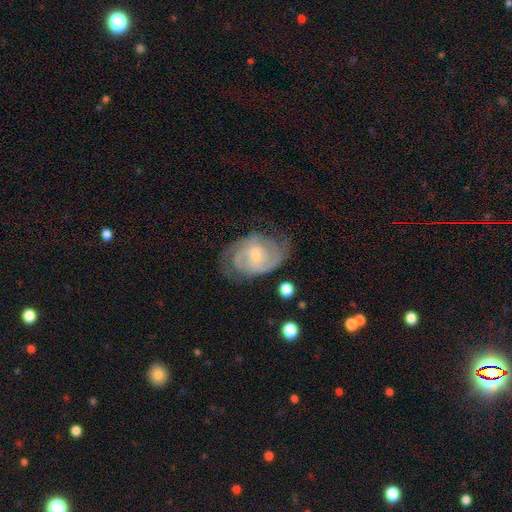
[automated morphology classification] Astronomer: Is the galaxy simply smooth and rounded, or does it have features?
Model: featured or disk — 87%.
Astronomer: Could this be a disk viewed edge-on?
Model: no — 97%.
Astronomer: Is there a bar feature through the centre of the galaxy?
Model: weak — 46% (runner-up: no, 45%).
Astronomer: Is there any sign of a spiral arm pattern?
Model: yes — 96%.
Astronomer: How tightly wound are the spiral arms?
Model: tight — 57% (runner-up: medium, 36%).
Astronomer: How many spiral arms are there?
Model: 2 — 65%.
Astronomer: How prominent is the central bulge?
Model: small — 68%.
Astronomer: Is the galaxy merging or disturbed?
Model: none — 70%.